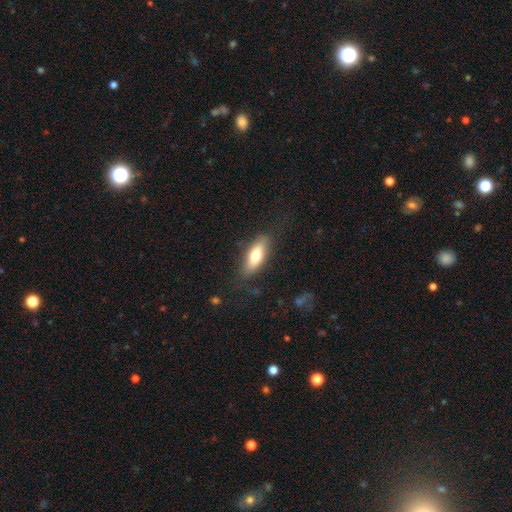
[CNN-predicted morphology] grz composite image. It shows a smooth galaxy with no disk features (68%) that is in between round and cigar-shaped (67%). Merging: none (79%).